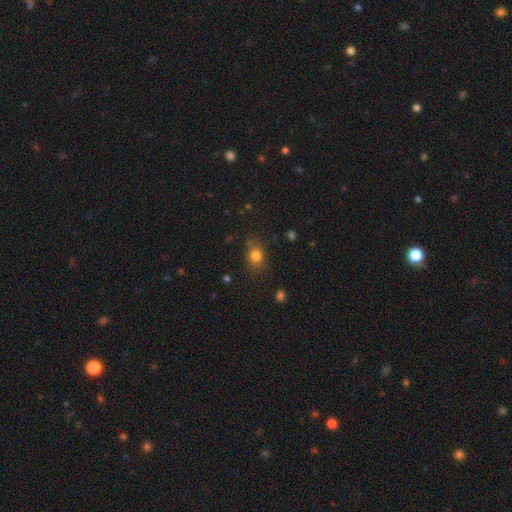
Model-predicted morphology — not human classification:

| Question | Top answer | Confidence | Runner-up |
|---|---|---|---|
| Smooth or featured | smooth | 78% | star or artifact (13%) |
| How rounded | in between | 53% | round (45%) |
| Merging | none | 73% | minor disturbance (19%) |